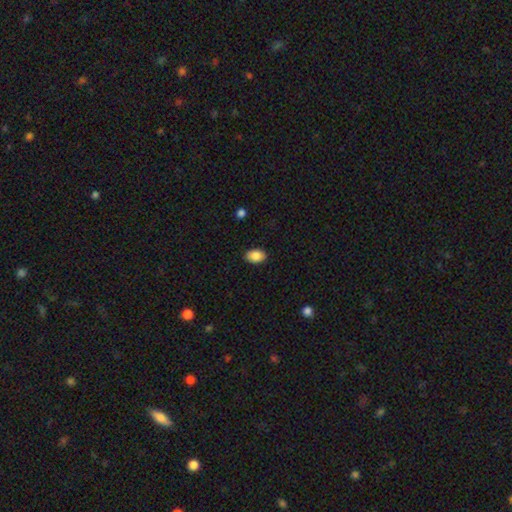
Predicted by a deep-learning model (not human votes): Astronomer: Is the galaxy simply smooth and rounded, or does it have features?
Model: smooth — 88%.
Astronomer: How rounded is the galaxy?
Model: in between — 87%.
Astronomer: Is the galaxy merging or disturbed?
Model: none — 88%.